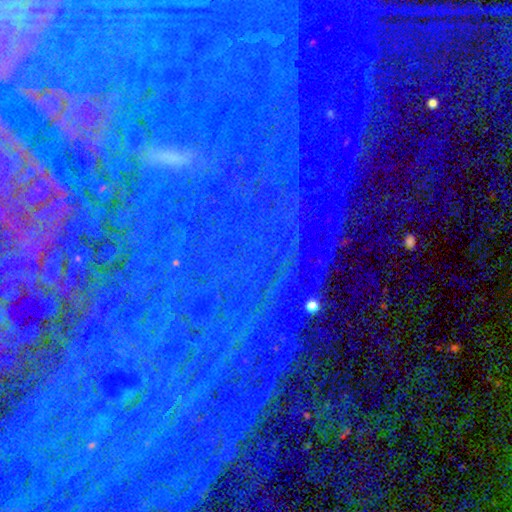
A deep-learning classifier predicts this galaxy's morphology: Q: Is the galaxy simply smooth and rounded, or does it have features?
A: star or artifact — 78%.